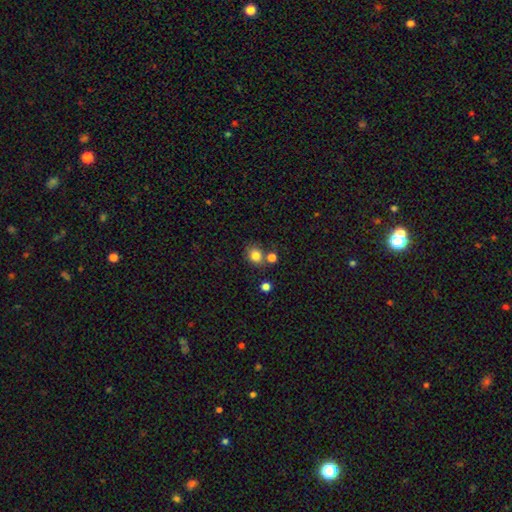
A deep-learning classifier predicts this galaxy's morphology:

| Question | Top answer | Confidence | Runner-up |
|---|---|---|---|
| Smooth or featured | smooth | 82% | star or artifact (11%) |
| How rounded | round | 64% | in between (35%) |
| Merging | none | 67% | merger (17%) |